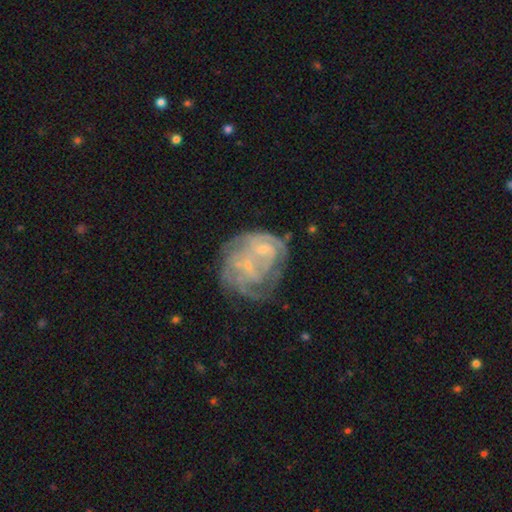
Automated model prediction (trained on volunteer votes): smooth_or_featured: featured or disk (p=0.68) [alt: star or artifact p=0.16]
disk_edge_on: no (p=0.97) [alt: yes p=0.03]
bar: no (p=0.64) [alt: weak p=0.28]
has_spiral_arms: yes (p=0.73) [alt: no p=0.27]
bulge_size: small (p=0.71) [alt: moderate p=0.15]
merging: none (p=0.53) [alt: minor disturbance p=0.18]